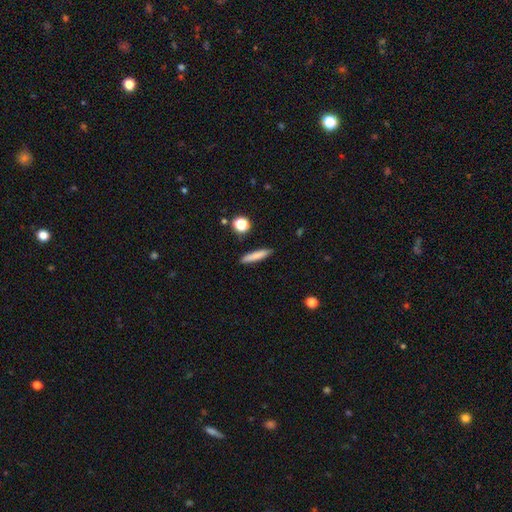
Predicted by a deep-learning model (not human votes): Q: Smooth or featured?
A: smooth (80%); runner-up: featured or disk (12%)
Q: How rounded?
A: cigar-shaped (88%); runner-up: in between (10%)
Q: Merging?
A: none (89%); runner-up: minor disturbance (7%)